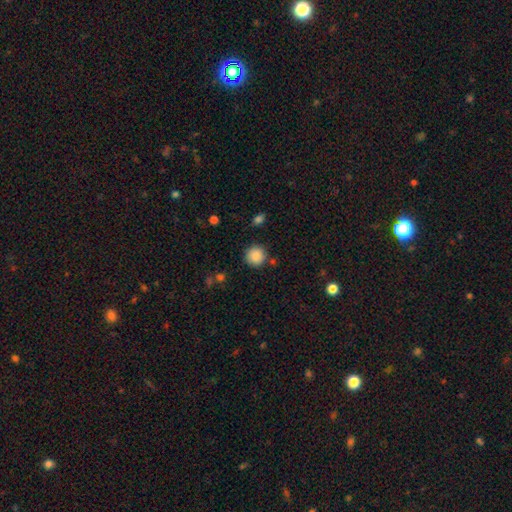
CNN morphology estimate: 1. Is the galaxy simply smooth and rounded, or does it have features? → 88% smooth, 9% star or artifact, 4% featured or disk.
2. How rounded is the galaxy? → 93% round, 6% in between, 1% cigar-shaped.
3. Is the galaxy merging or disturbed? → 85% none, 9% minor disturbance, 3% merger, 3% major disturbance.